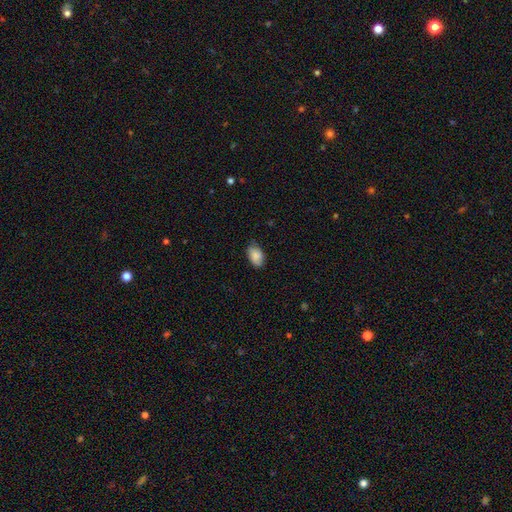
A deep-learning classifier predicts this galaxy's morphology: Q: Smooth or featured?
A: smooth (87%); runner-up: star or artifact (7%)
Q: How rounded?
A: in between (90%); runner-up: round (8%)
Q: Merging?
A: none (77%); runner-up: minor disturbance (19%)